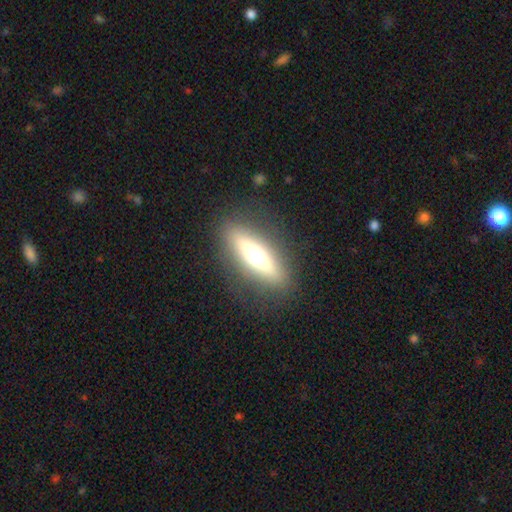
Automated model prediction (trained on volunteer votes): This is possibly a featured or disk galaxy (48%). Merging: clearly none (86%).